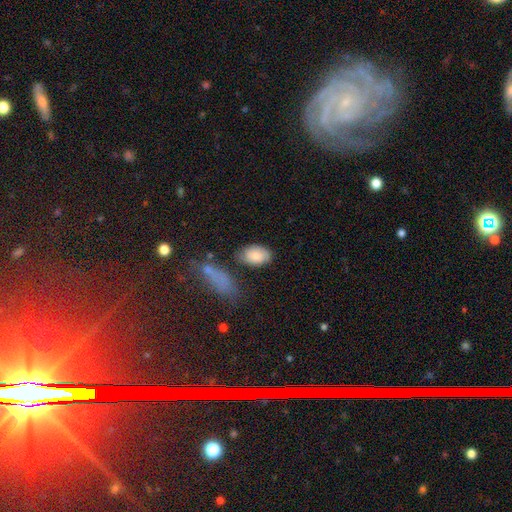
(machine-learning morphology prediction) The model was most divided on "merging": none: 69%, minor disturbance: 19%, merger: 7%, major disturbance: 5%. More confident: how rounded — in between (92%); smooth or featured — smooth (84%).